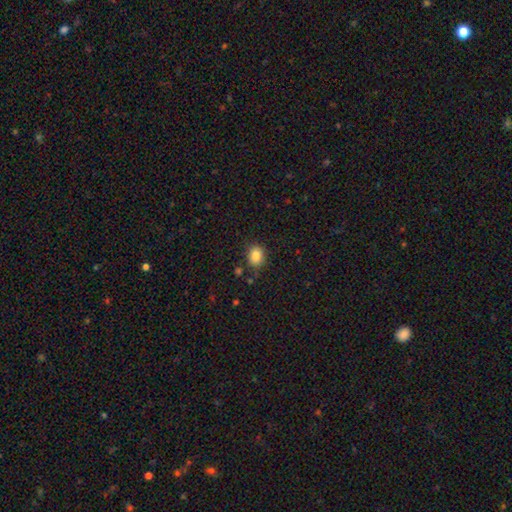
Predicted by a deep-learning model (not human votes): Overall: smooth (84%). How rounded: in between (51%; round 48%). Merging: none (84%).